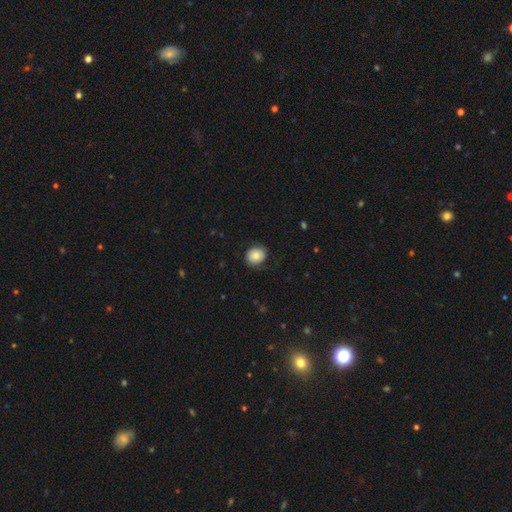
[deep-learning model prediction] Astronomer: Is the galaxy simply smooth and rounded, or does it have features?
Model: smooth — 79%.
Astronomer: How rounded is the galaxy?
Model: round — 70%.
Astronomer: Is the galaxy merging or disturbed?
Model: none — 81%.